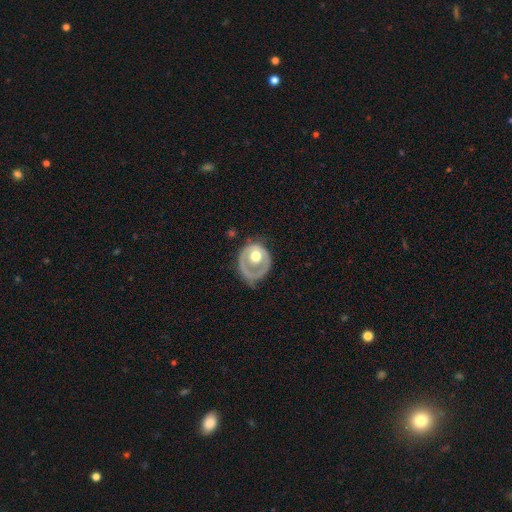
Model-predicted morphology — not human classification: Smooth or featured: featured or disk — 58% (smooth — 37%)
Edge-on disk: no — 96% (yes — 4%)
Bar: no — 87% (weak — 10%)
Spiral arms: no — 66% (yes — 34%)
Bulge size: moderate — 61% (large — 29%)
Merging: none — 43% (minor disturbance — 28%)